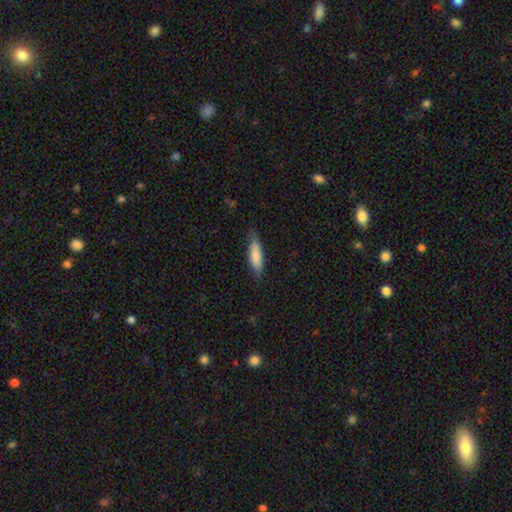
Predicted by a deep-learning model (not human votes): Q: Smooth or featured?
A: smooth (82%); runner-up: featured or disk (12%)
Q: How rounded?
A: cigar-shaped (55%); runner-up: in between (43%)
Q: Merging?
A: none (78%); runner-up: minor disturbance (17%)